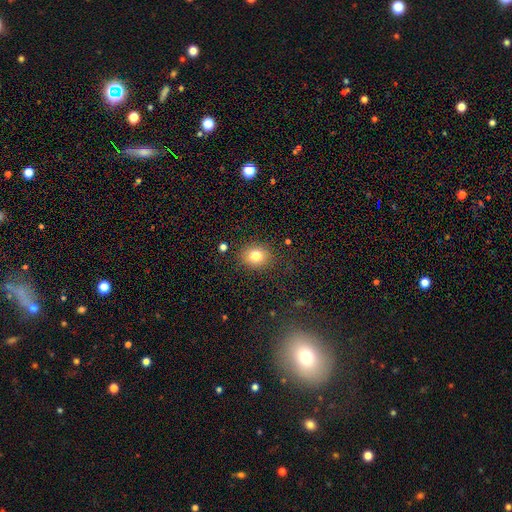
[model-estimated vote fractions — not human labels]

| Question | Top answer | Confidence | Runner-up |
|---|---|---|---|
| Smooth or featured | smooth | 80% | star or artifact (12%) |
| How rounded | round | 68% | in between (31%) |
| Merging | none | 85% | minor disturbance (10%) |